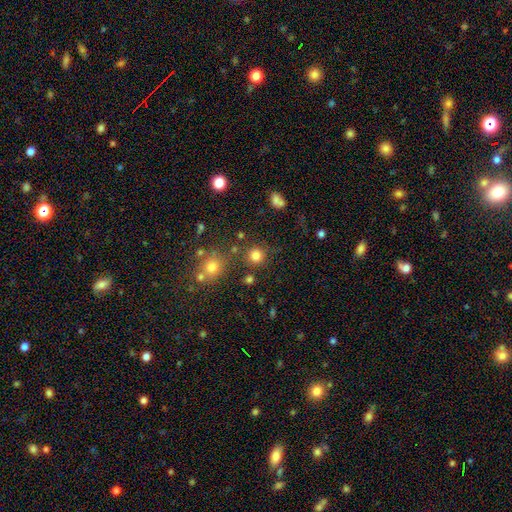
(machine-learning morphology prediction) This appears to be a smooth galaxy with no disk features (80%) that is round (93%). Merging: none (80%).